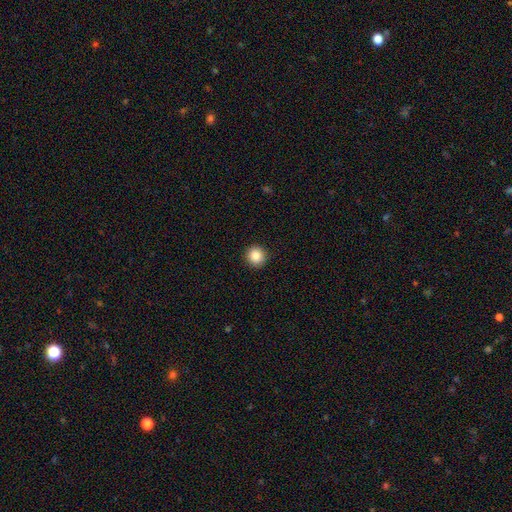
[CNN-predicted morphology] smooth_or_featured: smooth (p=0.87) [alt: star or artifact p=0.09]
how_rounded: round (p=0.94) [alt: in between p=0.05]
merging: none (p=0.92) [alt: minor disturbance p=0.05]